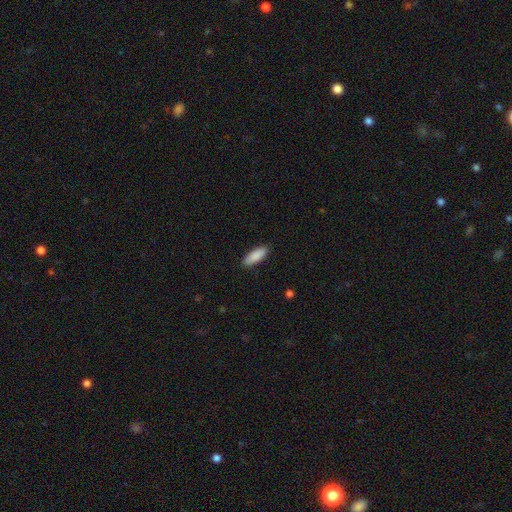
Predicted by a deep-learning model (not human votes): This appears to be a smooth galaxy with no disk features (90%) that is in between round and cigar-shaped (69%). Merging: none (89%).